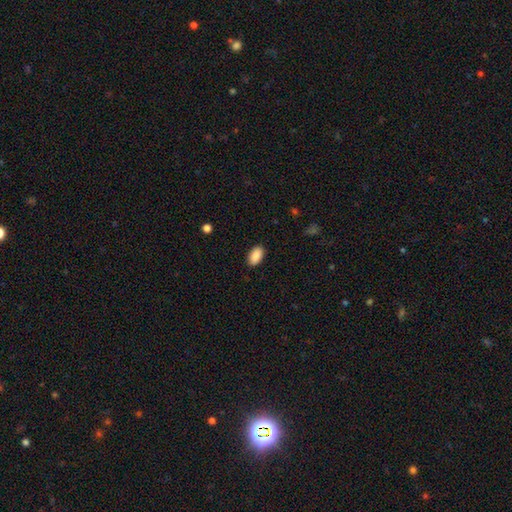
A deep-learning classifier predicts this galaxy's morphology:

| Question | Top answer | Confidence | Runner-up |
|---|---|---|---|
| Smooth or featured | smooth | 90% | star or artifact (7%) |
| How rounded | in between | 94% | round (4%) |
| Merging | none | 89% | minor disturbance (8%) |